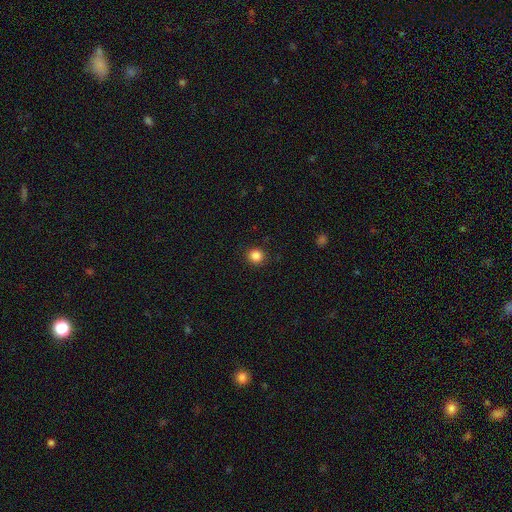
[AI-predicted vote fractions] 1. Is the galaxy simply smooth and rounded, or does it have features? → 86% smooth, 11% star or artifact, 3% featured or disk.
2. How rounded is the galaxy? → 91% round, 8% in between, 1% cigar-shaped.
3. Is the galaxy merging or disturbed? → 91% none, 6% minor disturbance, 2% major disturbance, 1% merger.